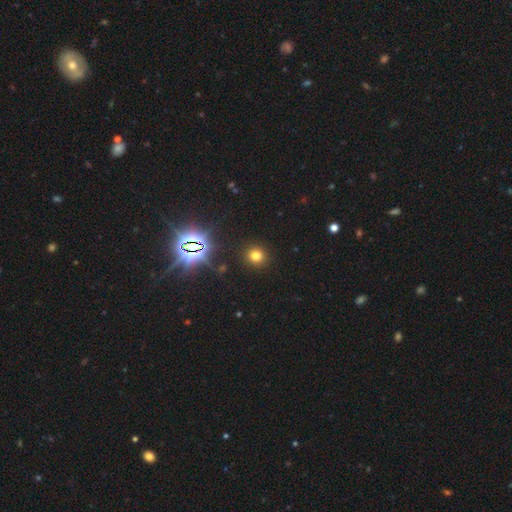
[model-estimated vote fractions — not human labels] Smooth or featured: smooth — 71% (star or artifact — 22%)
How rounded: round — 90% (in between — 9%)
Merging: none — 91% (minor disturbance — 5%)